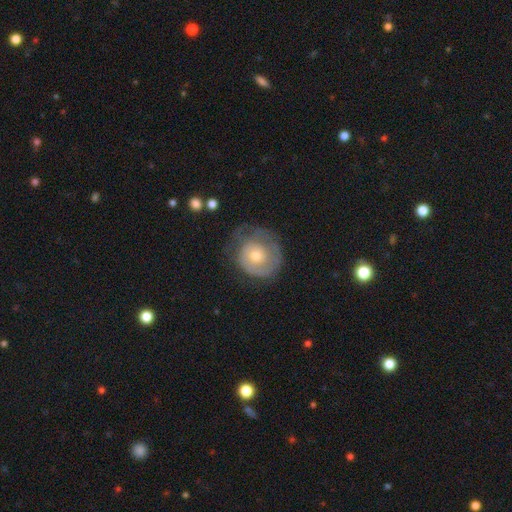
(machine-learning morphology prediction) smooth-or-featured: featured or disk: 50% | smooth: 43% | star or artifact: 7%
  disk-edge-on: no: 97% | yes: 3%
  merging: none: 52% | minor disturbance: 28% | major disturbance: 19% | merger: 2%